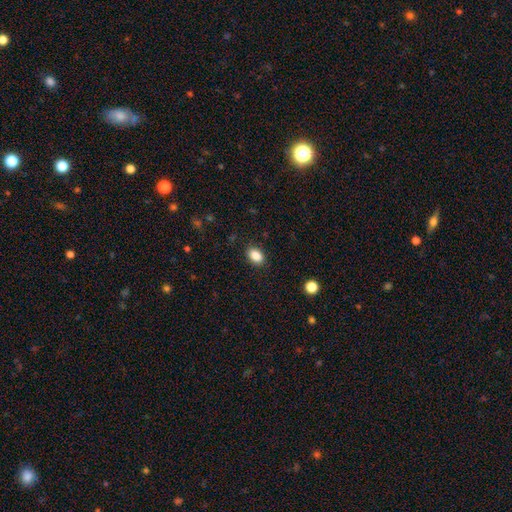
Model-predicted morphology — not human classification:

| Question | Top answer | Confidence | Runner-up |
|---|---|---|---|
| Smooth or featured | smooth | 87% | star or artifact (9%) |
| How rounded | in between | 82% | round (17%) |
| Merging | none | 88% | minor disturbance (9%) |